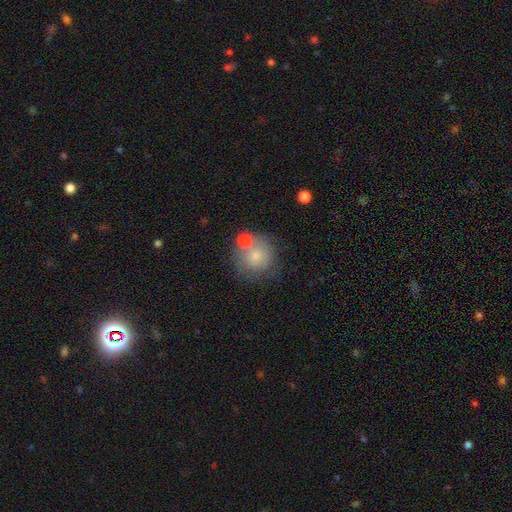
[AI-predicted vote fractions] Smooth or featured: smooth — 74% (featured or disk — 17%)
How rounded: round — 90% (in between — 9%)
Merging: none — 55% (merger — 22%)